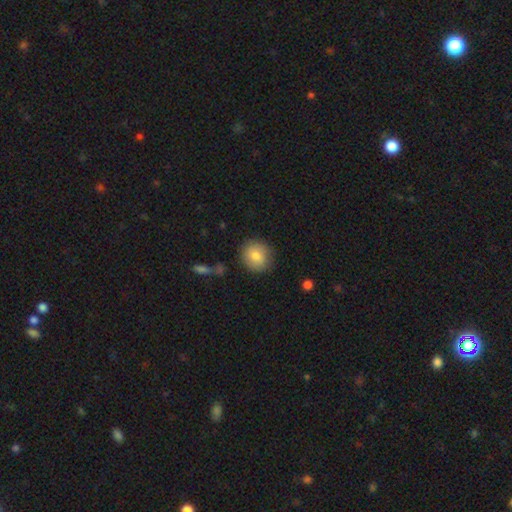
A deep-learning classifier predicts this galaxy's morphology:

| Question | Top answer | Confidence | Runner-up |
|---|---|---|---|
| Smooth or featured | smooth | 82% | featured or disk (10%) |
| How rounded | round | 82% | in between (17%) |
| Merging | none | 84% | minor disturbance (11%) |